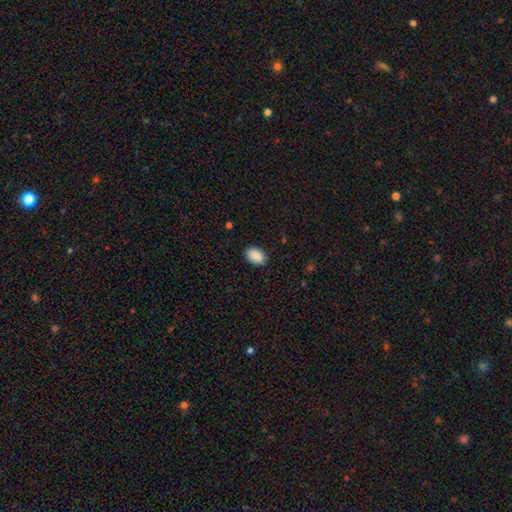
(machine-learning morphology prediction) Q: Smooth or featured?
A: smooth (90%); runner-up: star or artifact (7%)
Q: How rounded?
A: in between (87%); runner-up: round (12%)
Q: Merging?
A: none (87%); runner-up: minor disturbance (9%)